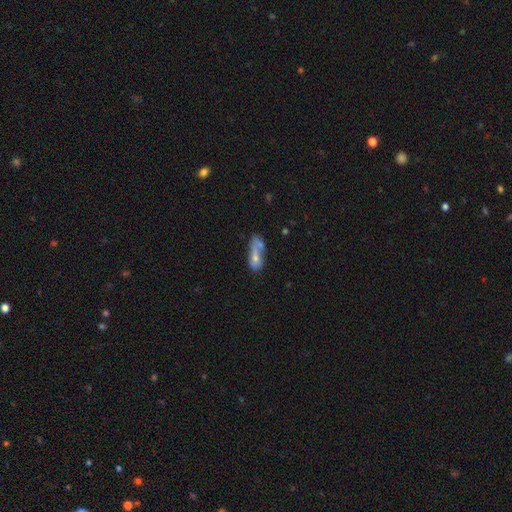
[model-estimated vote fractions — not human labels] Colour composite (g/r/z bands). It shows a smooth galaxy with no disk features (59%) that is in between round and cigar-shaped (66%). Merging: merger (46%).